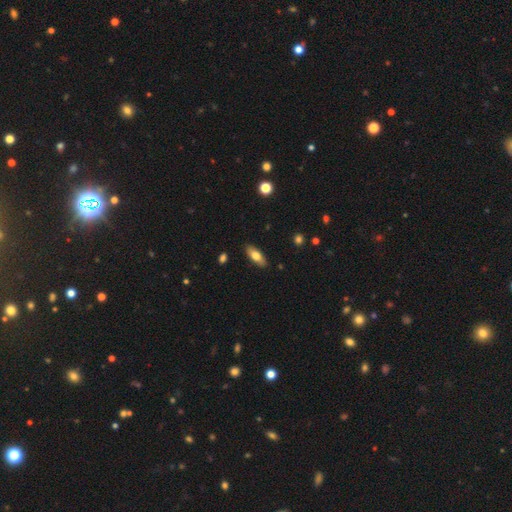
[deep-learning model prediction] Morphology: type=smooth (71%); roundness=in between (76%); merging=none (87%).